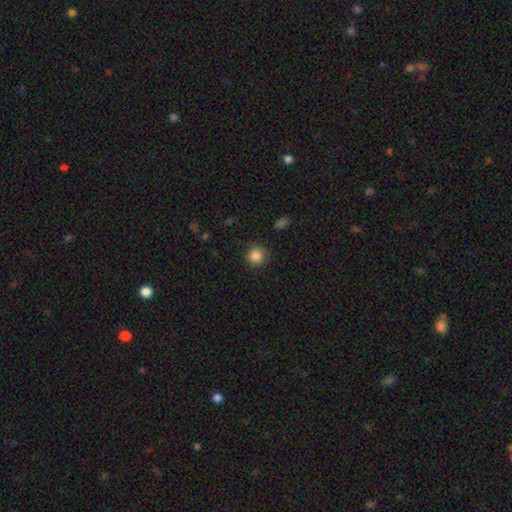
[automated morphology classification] This appears to be a smooth galaxy with no disk features (85%) that is round (92%). Merging: none (89%).